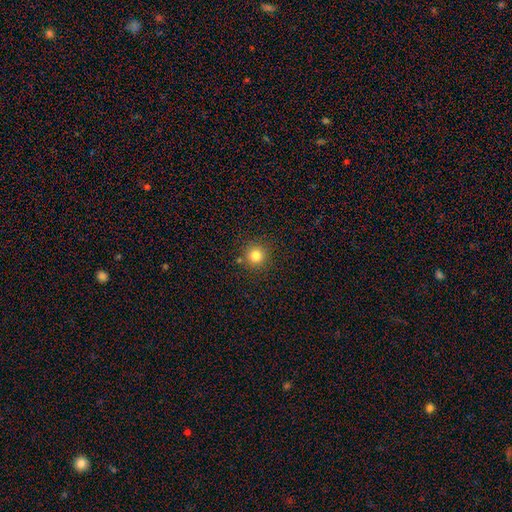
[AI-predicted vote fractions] Smooth or featured?
  - smooth: 81% *
  - star or artifact: 13%
  - featured or disk: 6%
How rounded?
  - round: 95% *
  - in between: 4%
  - cigar-shaped: 1%
Merging?
  - none: 85% *
  - minor disturbance: 7%
  - merger: 5%
  - major disturbance: 2%